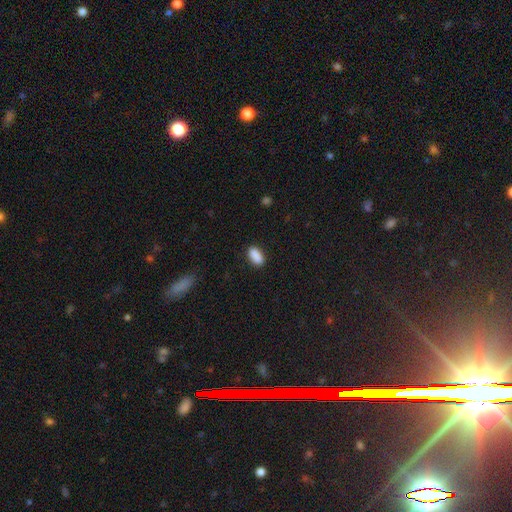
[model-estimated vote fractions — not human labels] Smooth or featured? smooth (89%)
How rounded? in between (89%)
Merging? none (87%)